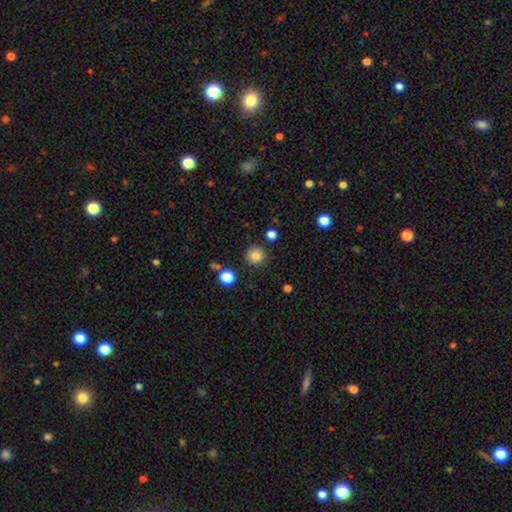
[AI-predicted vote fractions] A smooth galaxy with no disk features (83%) that is round (95%). Merging: none (89%).